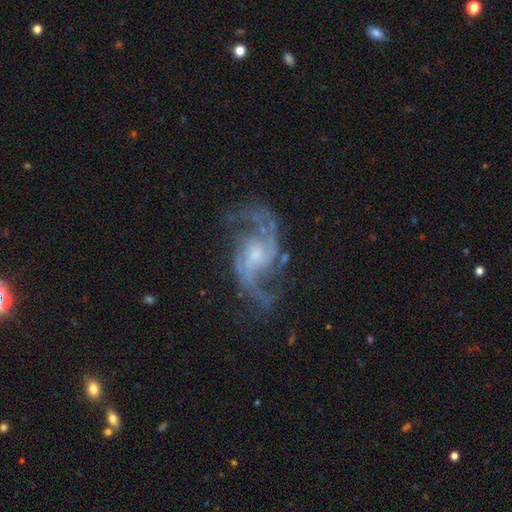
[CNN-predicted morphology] type=featured or disk (92%); edge-on=no (98%); bar=no (53%); spiral arms=yes (98%); winding=medium (47%); arm count=2 (89%); bulge=small (56%); merging=none (70%).